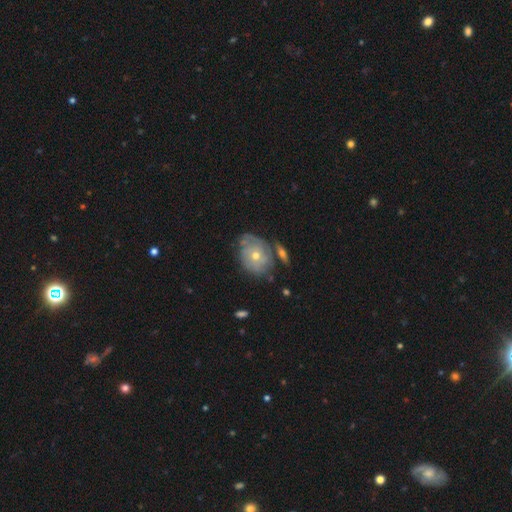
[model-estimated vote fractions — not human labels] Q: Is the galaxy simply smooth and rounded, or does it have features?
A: featured or disk — 65%.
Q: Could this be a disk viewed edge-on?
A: no — 95%.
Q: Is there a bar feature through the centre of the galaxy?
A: no — 85%.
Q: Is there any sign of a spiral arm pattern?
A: yes — 73%.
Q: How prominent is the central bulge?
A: moderate — 52%.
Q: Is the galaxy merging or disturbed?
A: none — 57%.